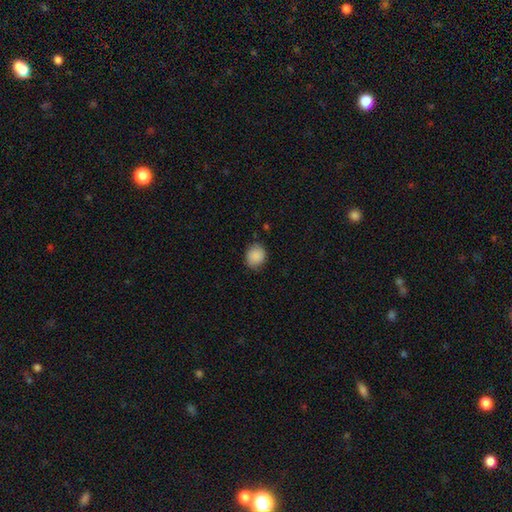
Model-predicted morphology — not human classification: The model was most divided on "how rounded": round: 72%, in between: 27%, cigar-shaped: 1%. More confident: smooth or featured — smooth (86%); merging — none (79%).